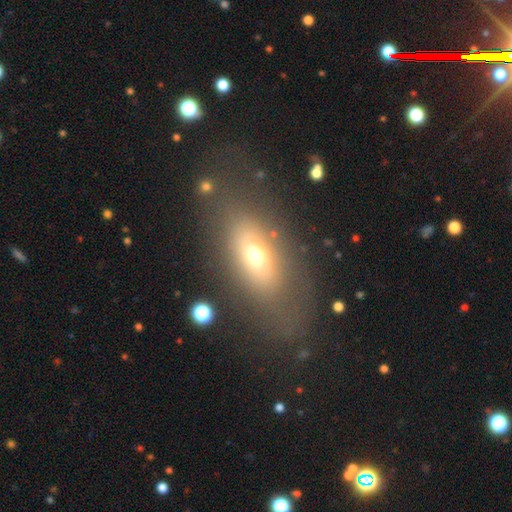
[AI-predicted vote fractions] Smooth or featured? smooth (59%)
How rounded? in between (76%)
Merging? none (66%)